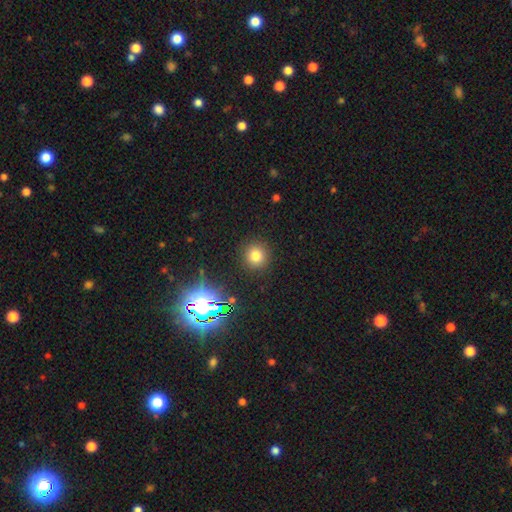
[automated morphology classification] This is likely a smooth galaxy (74%). How rounded: clearly round (93%). Merging: clearly none (90%).